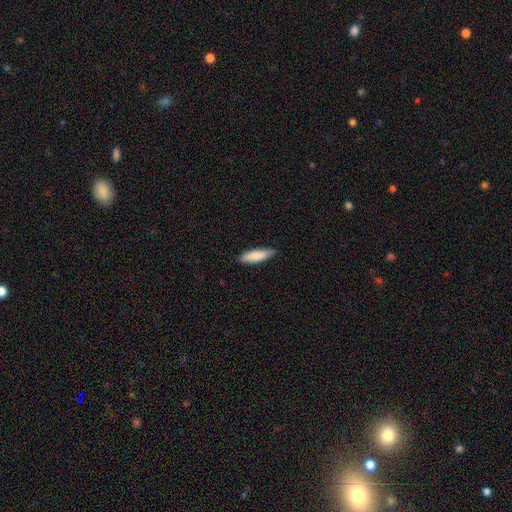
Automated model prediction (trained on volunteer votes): A smooth galaxy with no disk features (84%) that is cigar-shaped (56%).

Vote fractions:
- Smooth or featured? smooth: 84% / featured or disk: 10% / star or artifact: 5%
- How rounded? cigar-shaped: 56% / in between: 42% / round: 1%
- Merging? none: 85% / minor disturbance: 13% / major disturbance: 2% / merger: 1%